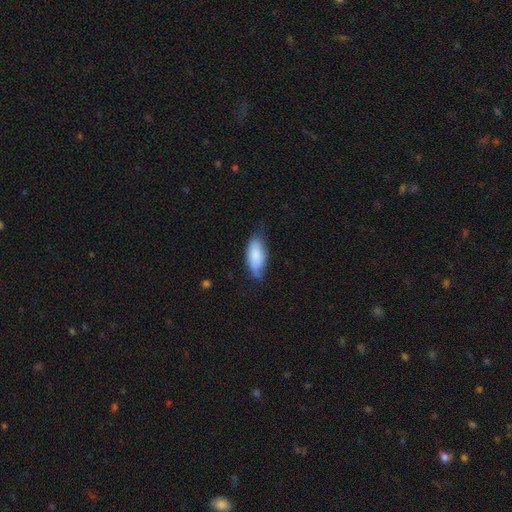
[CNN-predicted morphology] smooth 82%, featured or disk 13%, star or artifact 6%. Down the decision tree: how rounded — in between (86%); merging — none (56%).